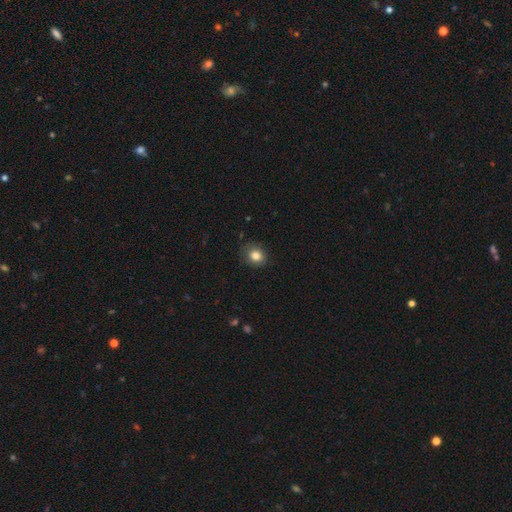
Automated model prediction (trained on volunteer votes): Q: Smooth or featured?
A: smooth (83%); runner-up: star or artifact (10%)
Q: How rounded?
A: round (71%); runner-up: in between (28%)
Q: Merging?
A: none (79%); runner-up: minor disturbance (16%)